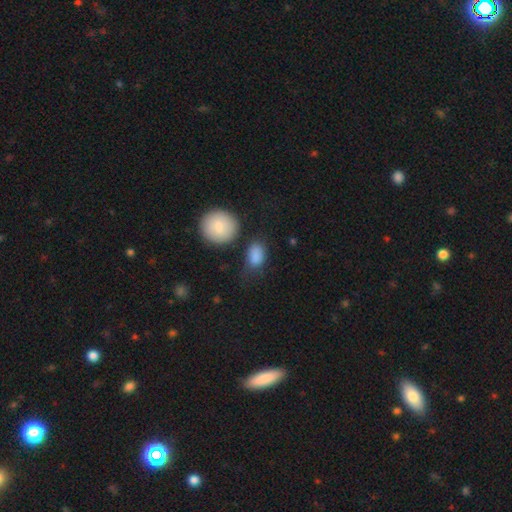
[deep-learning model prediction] Smooth or featured: smooth — 86% (star or artifact — 8%)
How rounded: in between — 76% (round — 22%)
Merging: none — 58% (minor disturbance — 22%)